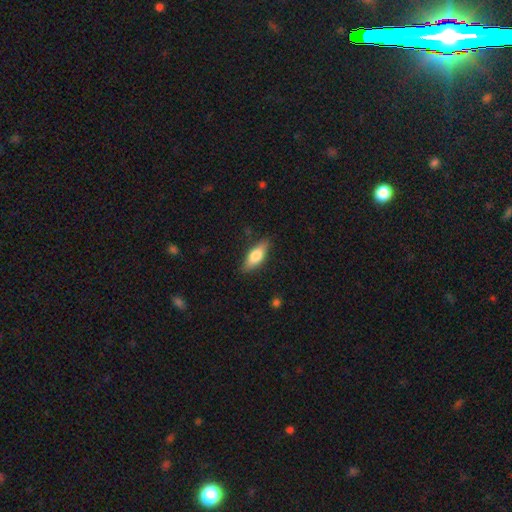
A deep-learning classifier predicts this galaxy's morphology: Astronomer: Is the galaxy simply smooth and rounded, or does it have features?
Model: smooth — 69%.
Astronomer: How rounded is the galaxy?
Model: in between — 68%.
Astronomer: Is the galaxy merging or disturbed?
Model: none — 85%.